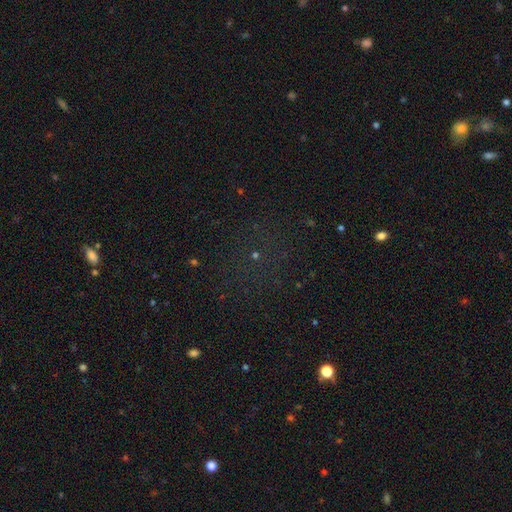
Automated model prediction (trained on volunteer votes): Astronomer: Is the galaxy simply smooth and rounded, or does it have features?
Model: star or artifact — 62%.